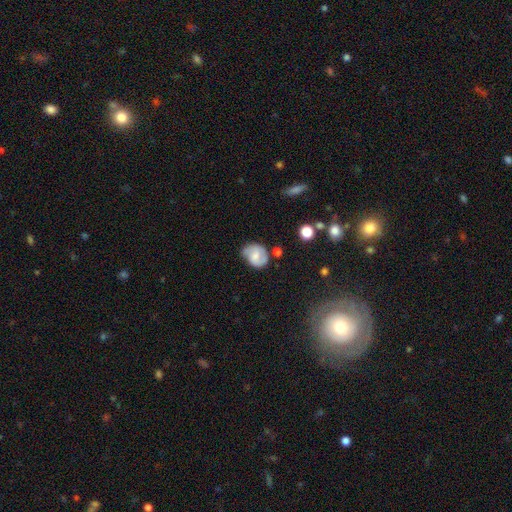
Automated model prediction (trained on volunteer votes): smooth_or_featured: featured or disk (p=0.47) [alt: smooth p=0.44]
merging: none (p=0.57) [alt: minor disturbance p=0.28]